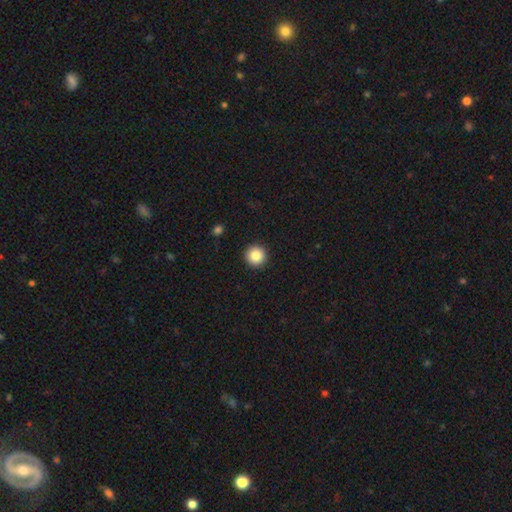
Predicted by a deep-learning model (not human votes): smooth 87%, star or artifact 9%, featured or disk 4%. Down the decision tree: how rounded — round (96%); merging — none (93%).